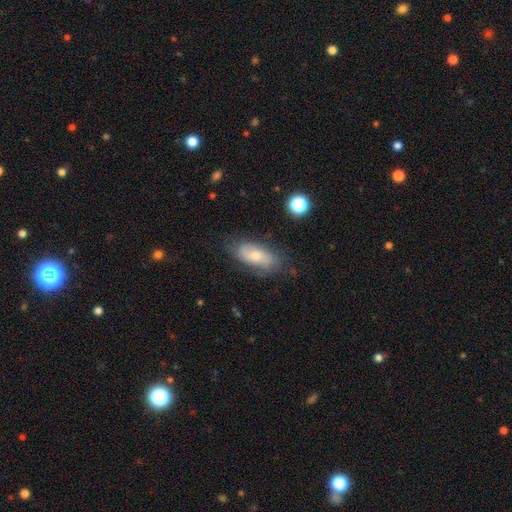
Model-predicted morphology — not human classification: Smooth or featured? featured or disk (49%)
Merging? none (72%)